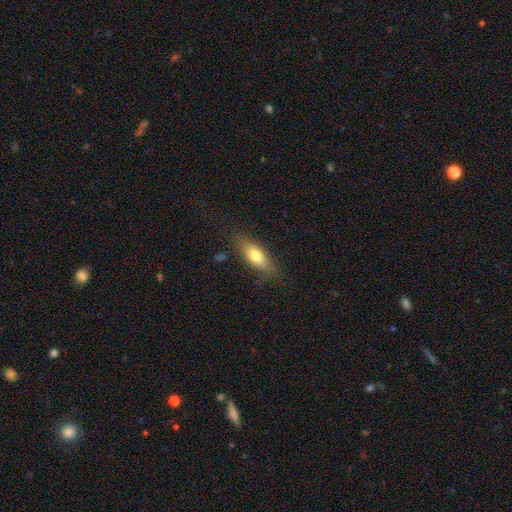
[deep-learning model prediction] Smooth or featured?
  - smooth: 70% *
  - featured or disk: 23%
  - star or artifact: 7%
How rounded?
  - in between: 69% *
  - cigar-shaped: 27%
  - round: 4%
Merging?
  - none: 81% *
  - minor disturbance: 14%
  - major disturbance: 4%
  - merger: 1%